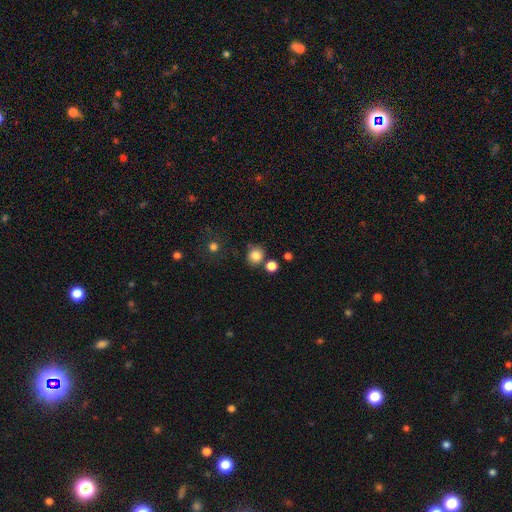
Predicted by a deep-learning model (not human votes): This appears to be a smooth galaxy with no disk features (83%) that is round (85%). Merging: none (73%).